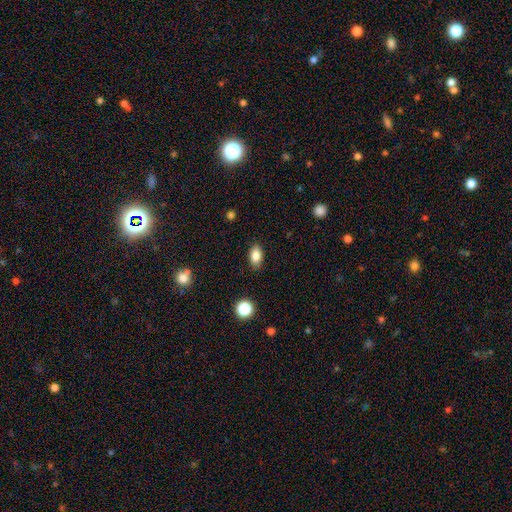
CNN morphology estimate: Smooth or featured? Predicted: smooth (p=0.83). How rounded? Predicted: in between (p=0.87). Merging? Predicted: none (p=0.86).